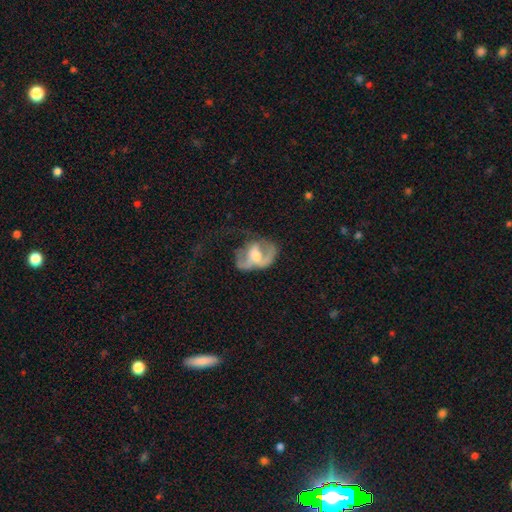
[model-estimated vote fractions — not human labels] Q: Smooth or featured?
A: featured or disk (58%); runner-up: smooth (34%)
Q: Edge-on disk?
A: no (95%); runner-up: yes (5%)
Q: Bar?
A: no (54%); runner-up: weak (33%)
Q: Spiral arms?
A: no (55%); runner-up: yes (45%)
Q: Bulge size?
A: moderate (57%); runner-up: small (18%)
Q: Merging?
A: major disturbance (46%); runner-up: none (28%)